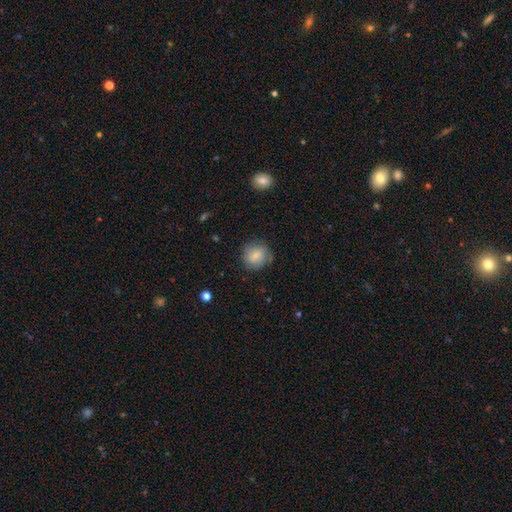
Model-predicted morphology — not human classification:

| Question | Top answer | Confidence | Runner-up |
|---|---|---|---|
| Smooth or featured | smooth | 80% | featured or disk (12%) |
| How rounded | round | 83% | in between (16%) |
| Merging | none | 77% | minor disturbance (17%) |